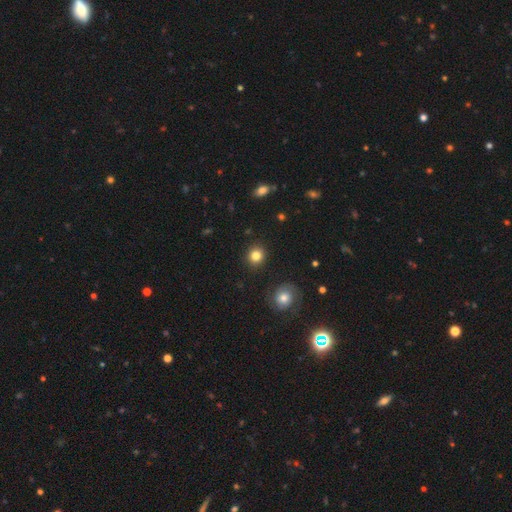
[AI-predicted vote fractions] Smooth or featured? smooth (83%)
How rounded? round (87%)
Merging? none (91%)